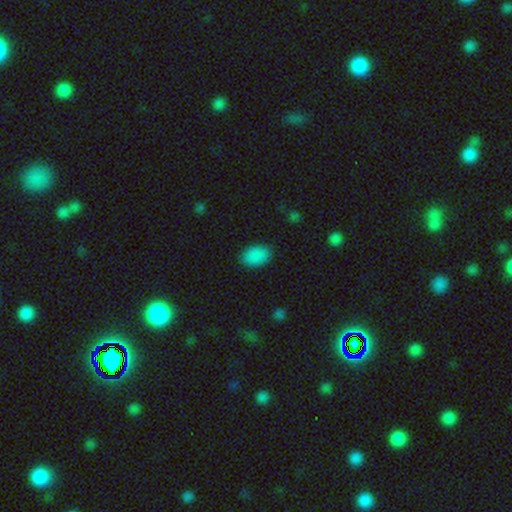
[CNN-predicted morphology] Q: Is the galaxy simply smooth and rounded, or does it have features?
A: smooth — 88%.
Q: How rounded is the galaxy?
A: in between — 88%.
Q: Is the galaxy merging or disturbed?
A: none — 87%.